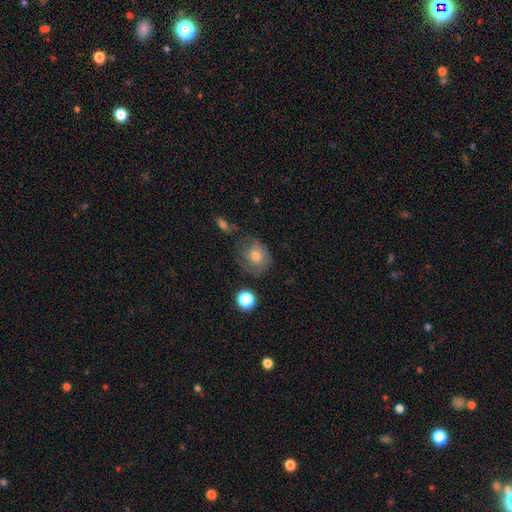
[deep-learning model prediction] This is likely a smooth galaxy (61%). How rounded: likely round (63%). Merging: possibly none (50%).